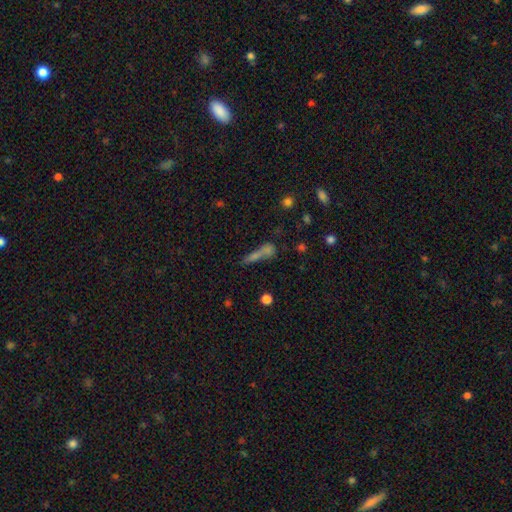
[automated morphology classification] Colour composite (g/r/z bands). It shows a smooth galaxy with no disk features (56%) that is cigar-shaped (69%). Merging: none (44%).